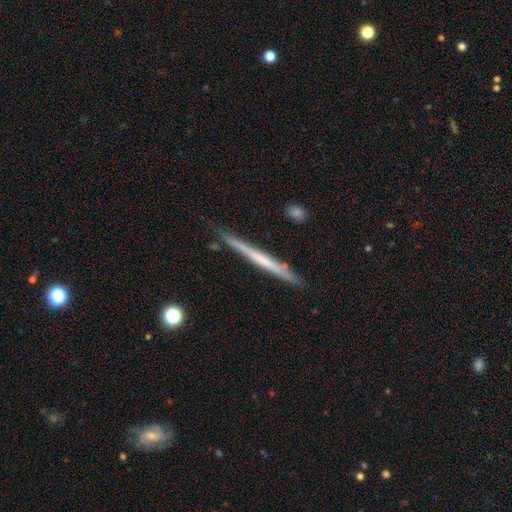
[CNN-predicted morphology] A featured or disk galaxy (56%) viewed edge-on (97%) with no central bulge (84%).

Vote fractions:
- Smooth or featured? featured or disk: 56% / smooth: 38% / star or artifact: 6%
- Edge-on disk? yes: 97% / no: 3%
- Edge-on bulge? none: 84% / rounded: 11% / boxy: 5%
- Merging? none: 86% / minor disturbance: 11% / major disturbance: 2% / merger: 2%